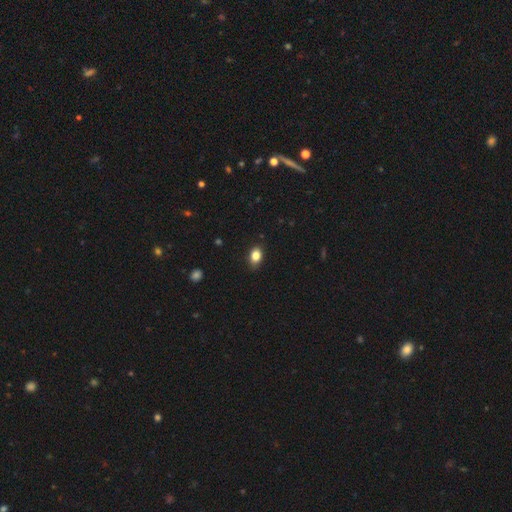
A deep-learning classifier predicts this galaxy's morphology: Smooth or featured: smooth — 84% (star or artifact — 9%)
How rounded: in between — 79% (round — 19%)
Merging: none — 84% (minor disturbance — 12%)